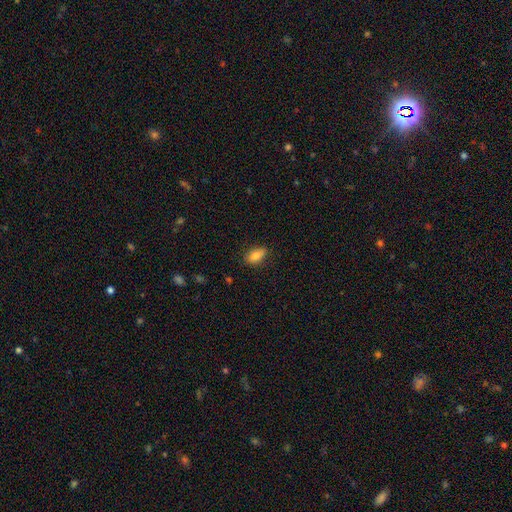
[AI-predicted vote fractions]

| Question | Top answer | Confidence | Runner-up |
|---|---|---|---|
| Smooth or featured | smooth | 82% | featured or disk (10%) |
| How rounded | in between | 87% | round (7%) |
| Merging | none | 81% | minor disturbance (15%) |